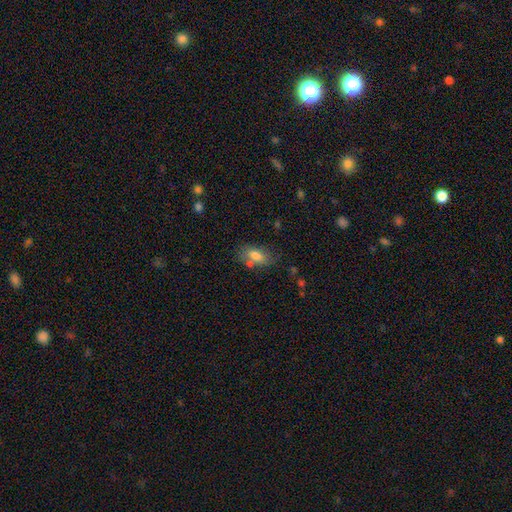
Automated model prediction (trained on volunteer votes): Overall: smooth (76%). How rounded: in between (89%). Merging: none (65%).